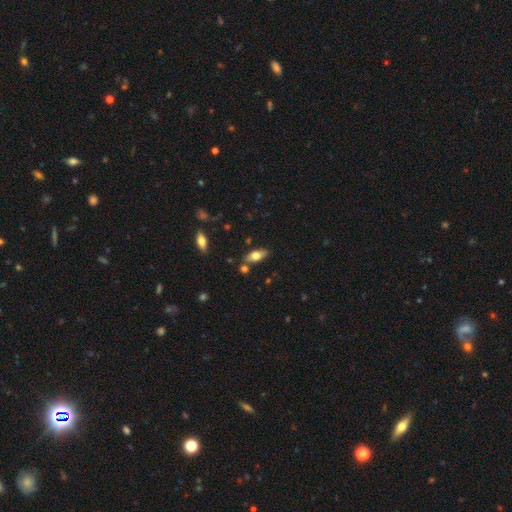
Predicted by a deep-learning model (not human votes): A smooth galaxy with no disk features (70%) that is in between round and cigar-shaped (82%).

Vote fractions:
- Smooth or featured? smooth: 70% / featured or disk: 24% / star or artifact: 7%
- How rounded? in between: 82% / cigar-shaped: 15% / round: 3%
- Merging? none: 78% / minor disturbance: 12% / merger: 7% / major disturbance: 3%